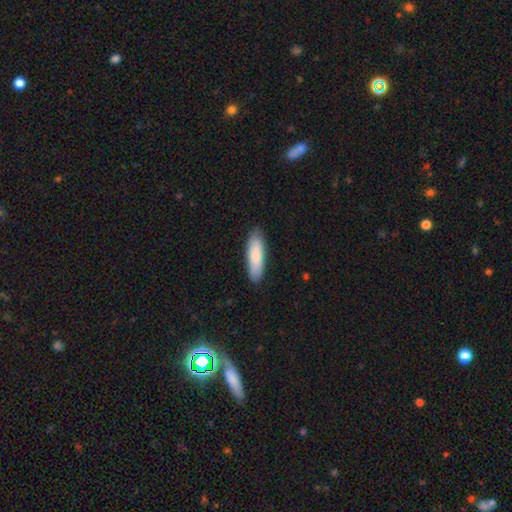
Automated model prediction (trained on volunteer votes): Smooth or featured? Predicted: smooth (p=0.82). How rounded? Predicted: cigar-shaped (p=0.57). Merging? Predicted: none (p=0.87).